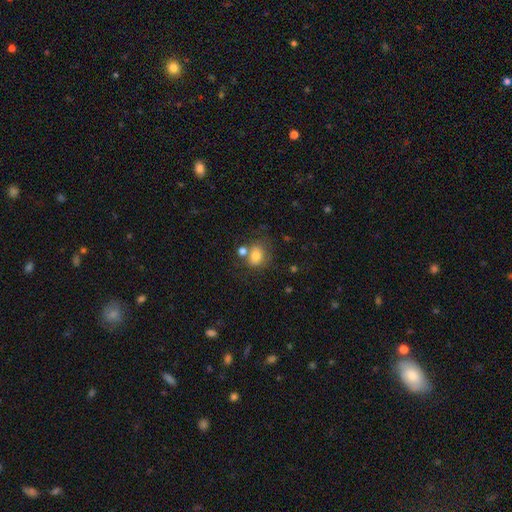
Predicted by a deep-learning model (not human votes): The model was most divided on "how rounded": round: 60%, in between: 39%, cigar-shaped: 1%. More confident: smooth or featured — smooth (75%); merging — none (51%).